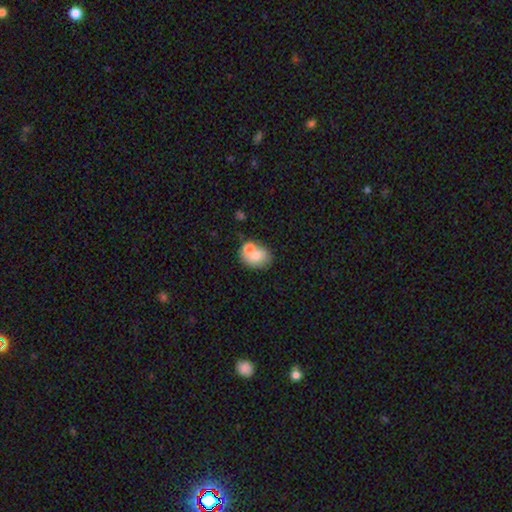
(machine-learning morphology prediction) A smooth galaxy with no disk features (69%) that is in between round and cigar-shaped (54%). Merging: merger (42%).